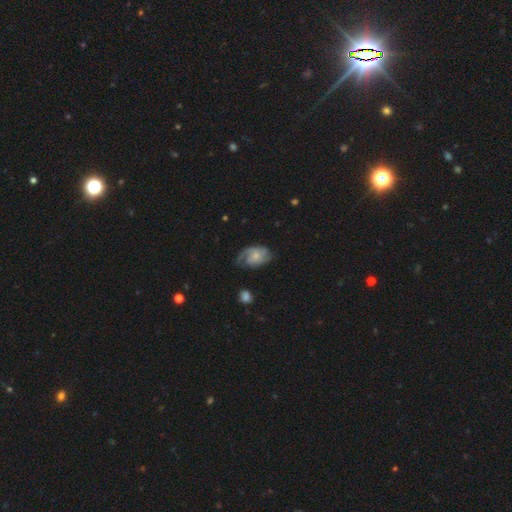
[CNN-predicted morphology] Smooth or featured? featured or disk (67%)
Edge-on disk? no (96%)
Bar? no (74%)
Spiral arms? yes (90%)
Spiral winding? medium (40%)
Spiral arm count? 2 (43%)
Bulge size? small (61%)
Merging? none (51%)